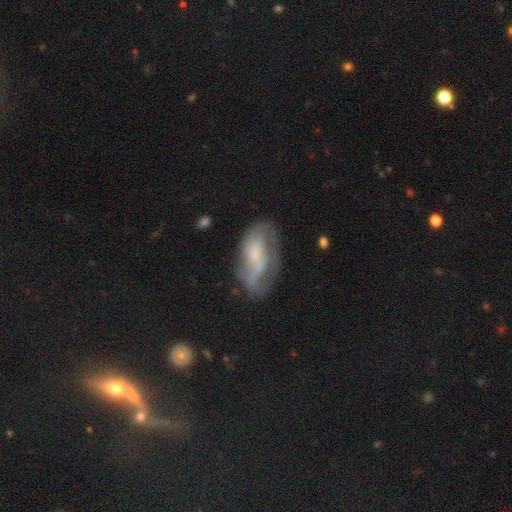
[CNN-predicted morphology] A featured or disk galaxy (57%) with no bar (60%), spiral arms (69%) and a small central bulge (48%).

Vote fractions:
- Smooth or featured? featured or disk: 57% / smooth: 35% / star or artifact: 8%
- Edge-on disk? no: 92% / yes: 8%
- Bar? no: 60% / weak: 30% / strong: 10%
- Spiral arms? yes: 69% / no: 31%
- Bulge size? small: 48% / none: 23% / moderate: 22% / large: 6% / dominant: 2%
- Merging? none: 50% / minor disturbance: 26% / major disturbance: 21% / merger: 3%